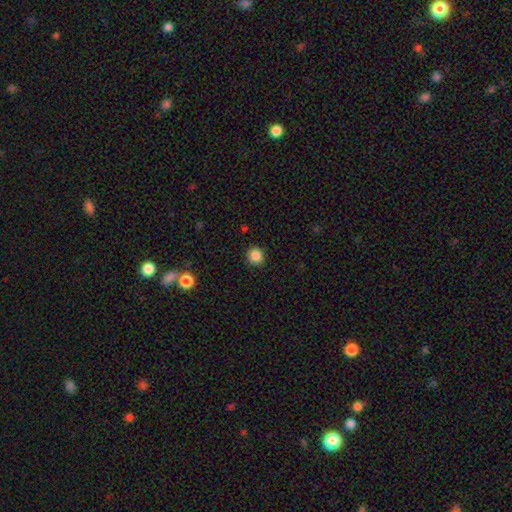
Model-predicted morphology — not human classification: A smooth galaxy with no disk features (86%) that is round (91%). Merging: none (90%).